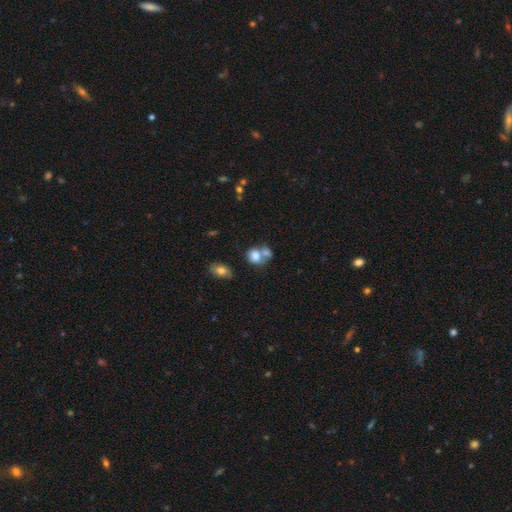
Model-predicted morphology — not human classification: A smooth galaxy with no disk features (77%) that is round (51%). Merging: merger (53%).